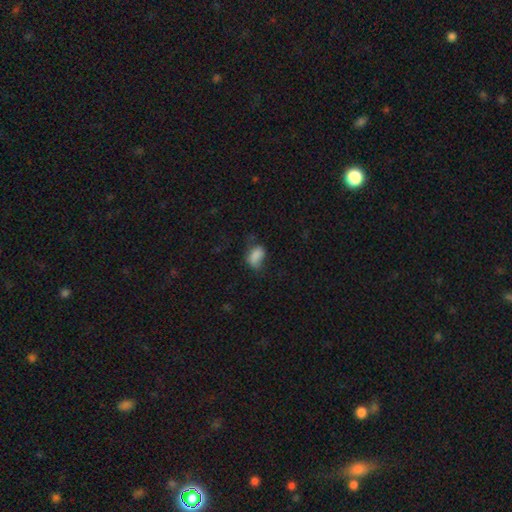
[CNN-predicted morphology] Smooth or featured: smooth — 79% (featured or disk — 11%)
How rounded: in between — 87% (round — 11%)
Merging: none — 37% (minor disturbance — 35%)